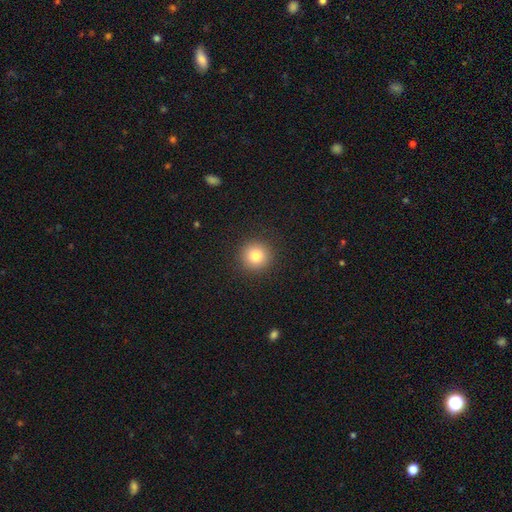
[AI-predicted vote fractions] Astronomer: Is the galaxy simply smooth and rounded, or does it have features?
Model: smooth — 81%.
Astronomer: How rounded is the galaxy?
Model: round — 95%.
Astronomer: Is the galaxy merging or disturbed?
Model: none — 91%.